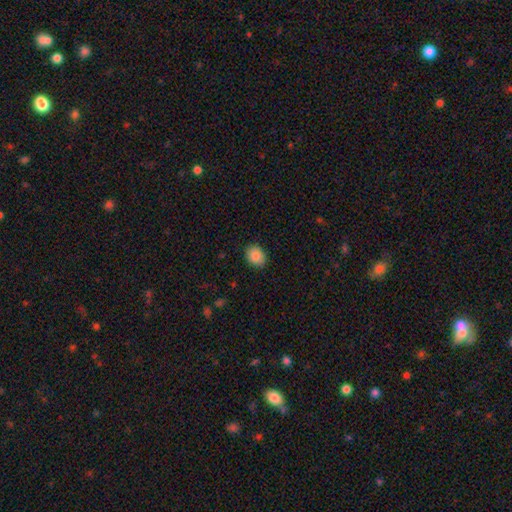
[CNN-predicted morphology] smooth 88%, star or artifact 8%, featured or disk 4%. Down the decision tree: how rounded — in between (53%); merging — none (87%).